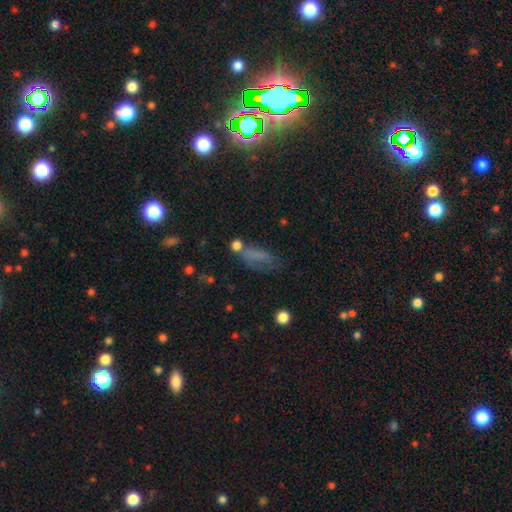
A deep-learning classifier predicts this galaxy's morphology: The model was most divided on "merging": none: 41%, minor disturbance: 26%, major disturbance: 23%, merger: 10%. More confident: how rounded — in between (71%); smooth or featured — smooth (58%).